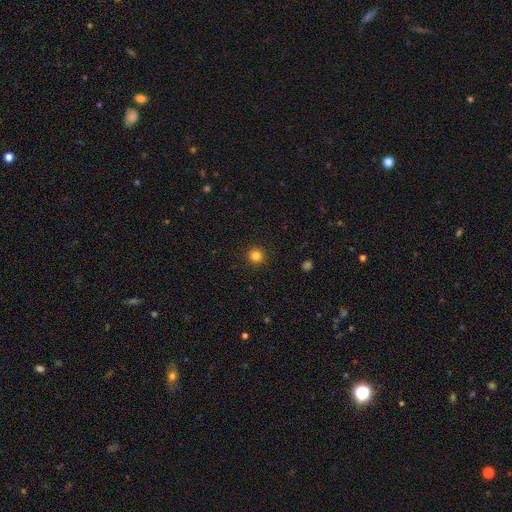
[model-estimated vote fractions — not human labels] Overall: smooth (83%). How rounded: round (95%). Merging: none (92%).